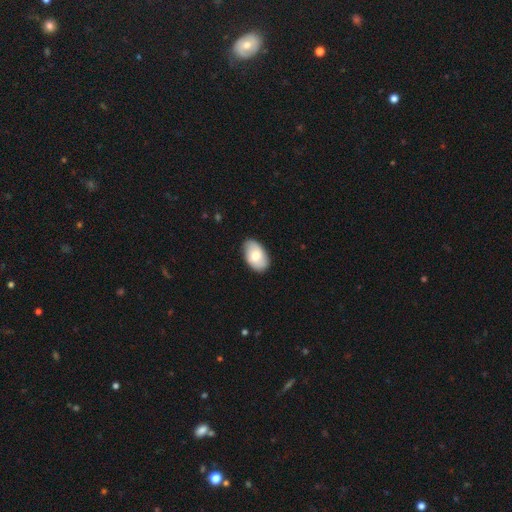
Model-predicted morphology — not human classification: A smooth galaxy with no disk features (74%) that is in between round and cigar-shaped (93%).

Vote fractions:
- Smooth or featured? smooth: 74% / featured or disk: 21% / star or artifact: 6%
- How rounded? in between: 93% / round: 6% / cigar-shaped: 1%
- Merging? none: 84% / minor disturbance: 13% / major disturbance: 2% / merger: 1%